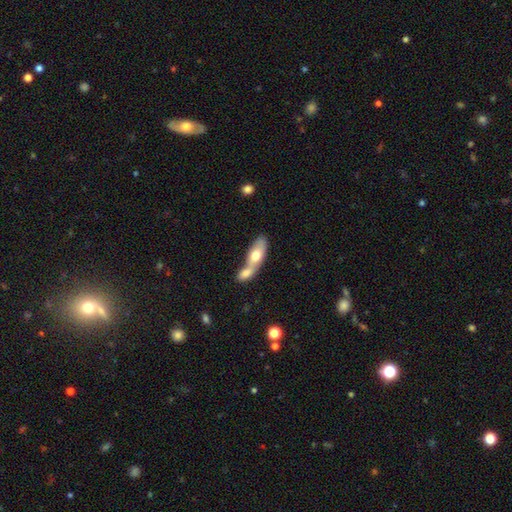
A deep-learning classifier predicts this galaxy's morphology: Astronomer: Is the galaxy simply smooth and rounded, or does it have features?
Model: smooth — 66%.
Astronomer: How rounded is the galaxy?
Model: in between — 73%.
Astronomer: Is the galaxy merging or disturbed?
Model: merger — 71%.